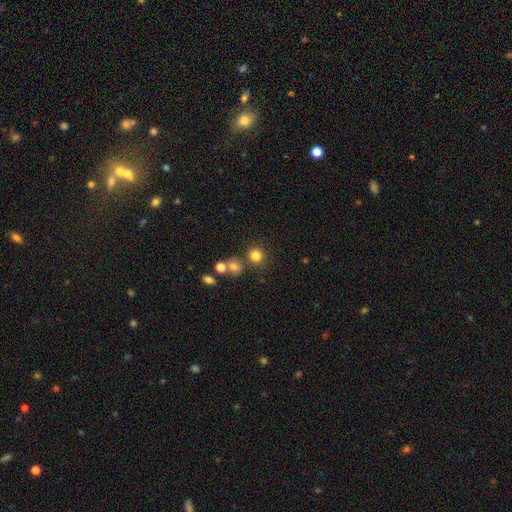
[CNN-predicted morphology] smooth_or_featured: smooth (p=0.80) [alt: star or artifact p=0.14]
how_rounded: round (p=0.88) [alt: in between p=0.11]
merging: none (p=0.71) [alt: merger p=0.15]